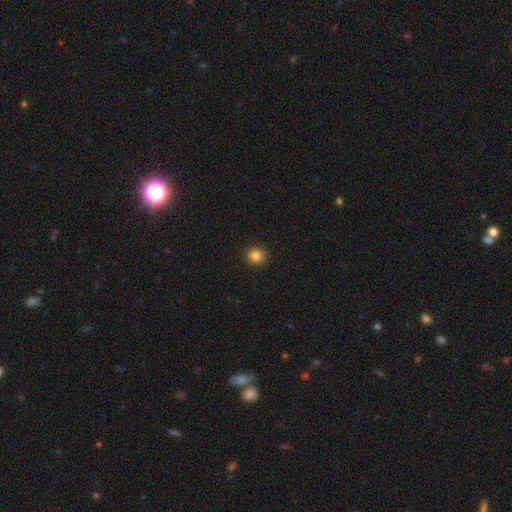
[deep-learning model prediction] smooth-or-featured: smooth: 84% | star or artifact: 12% | featured or disk: 4%
  how-rounded: round: 90% | in between: 9% | cigar-shaped: 1%
  merging: none: 92% | minor disturbance: 5% | major disturbance: 2% | merger: 1%